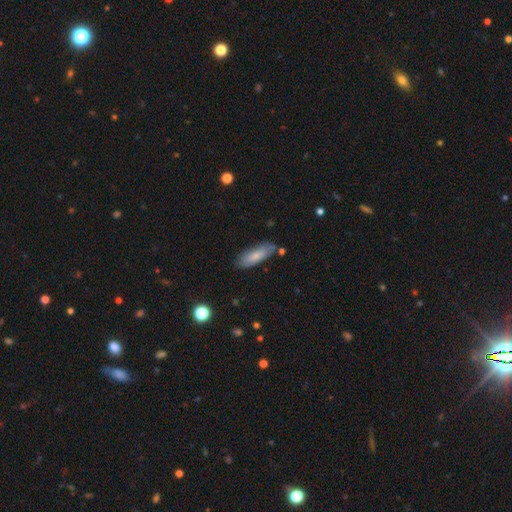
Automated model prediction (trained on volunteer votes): This appears to be a smooth galaxy with no disk features (78%) that is in between round and cigar-shaped (58%). Merging: none (77%).